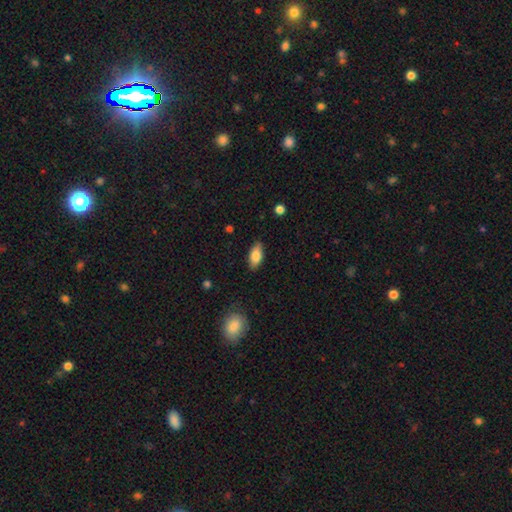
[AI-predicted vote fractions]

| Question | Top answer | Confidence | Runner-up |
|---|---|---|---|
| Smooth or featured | smooth | 82% | featured or disk (12%) |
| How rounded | in between | 88% | cigar-shaped (9%) |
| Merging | none | 84% | minor disturbance (12%) |